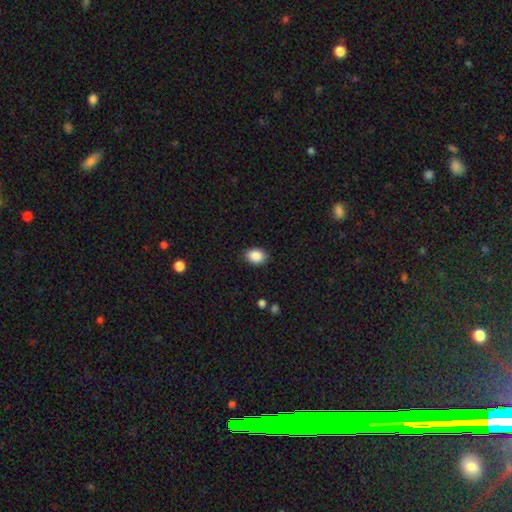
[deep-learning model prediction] Smooth or featured? smooth (88%)
How rounded? in between (65%)
Merging? none (87%)